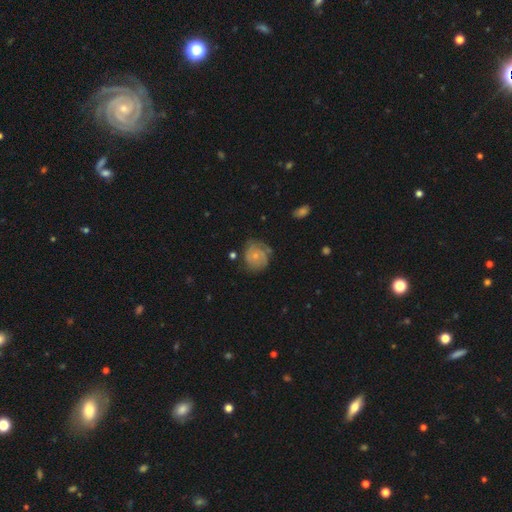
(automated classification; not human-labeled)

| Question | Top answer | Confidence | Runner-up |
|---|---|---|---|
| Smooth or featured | featured or disk | 63% | smooth (30%) |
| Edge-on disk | no | 98% | yes (2%) |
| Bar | no | 78% | weak (20%) |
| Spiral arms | yes | 86% | no (14%) |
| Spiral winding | tight | 58% | medium (31%) |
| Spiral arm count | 2 | 40% | can't tell (32%) |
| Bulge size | small | 67% | moderate (26%) |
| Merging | none | 62% | minor disturbance (25%) |